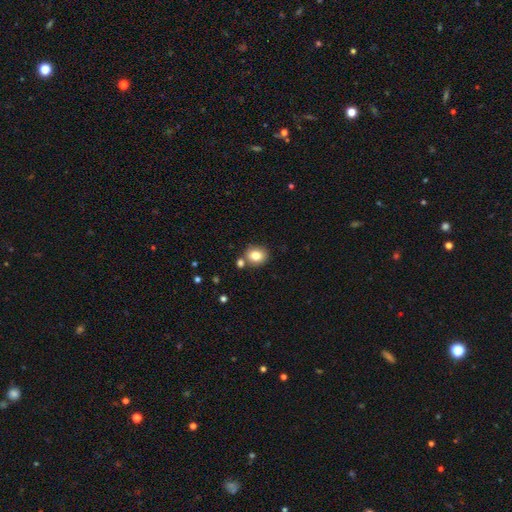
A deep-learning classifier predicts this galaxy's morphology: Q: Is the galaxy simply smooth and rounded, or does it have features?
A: smooth — 81%.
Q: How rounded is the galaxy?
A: round — 66%.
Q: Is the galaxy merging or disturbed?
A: none — 72%.